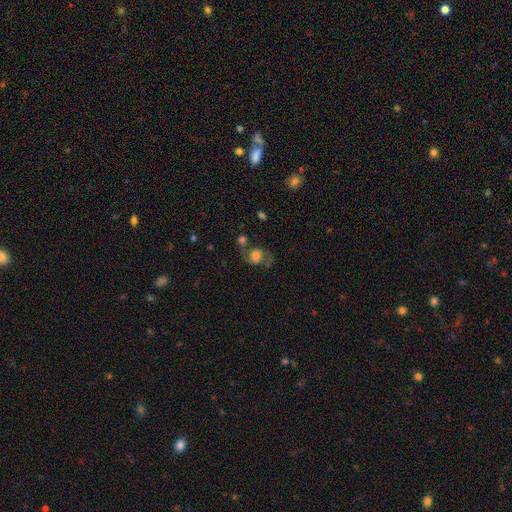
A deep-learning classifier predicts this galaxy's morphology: type=featured or disk (52%); edge-on=no (97%); bar=no (70%); spiral arms=yes (84%); bulge=moderate (44%); merging=none (51%).